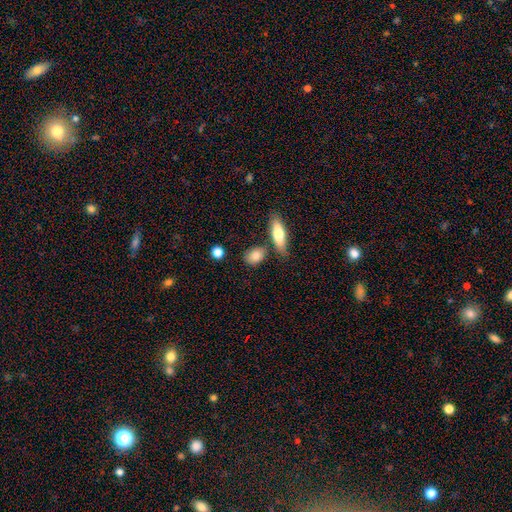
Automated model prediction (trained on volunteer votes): This appears to be a smooth galaxy with no disk features (83%) that is in between round and cigar-shaped (63%). Merging: none (73%).